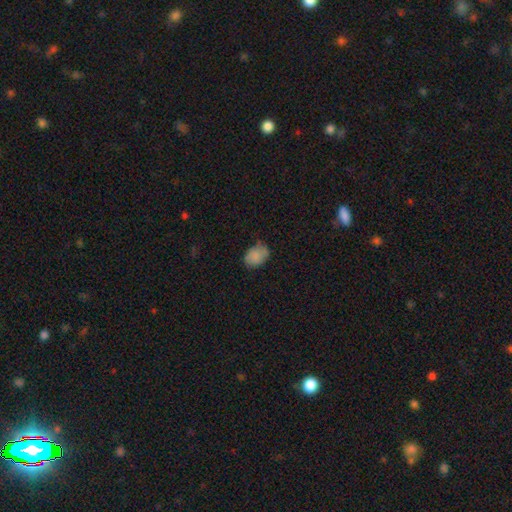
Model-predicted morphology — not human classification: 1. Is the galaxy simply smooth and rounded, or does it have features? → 84% smooth, 8% star or artifact, 8% featured or disk.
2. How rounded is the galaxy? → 74% in between, 25% round, 1% cigar-shaped.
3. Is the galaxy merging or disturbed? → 65% none, 28% minor disturbance, 6% major disturbance, 1% merger.